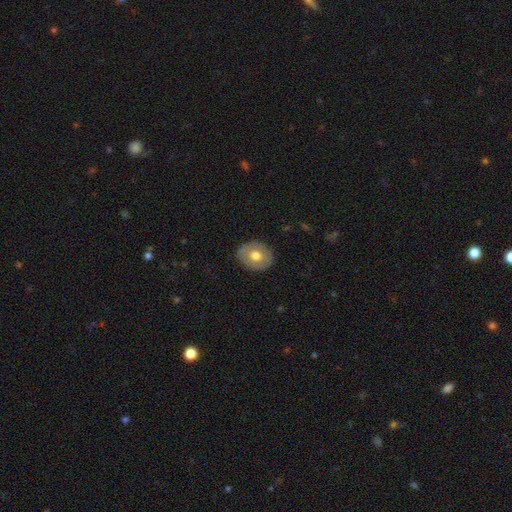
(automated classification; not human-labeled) The model was most divided on "how rounded": round: 51%, in between: 48%, cigar-shaped: 1%. More confident: merging — none (86%); smooth or featured — smooth (60%).